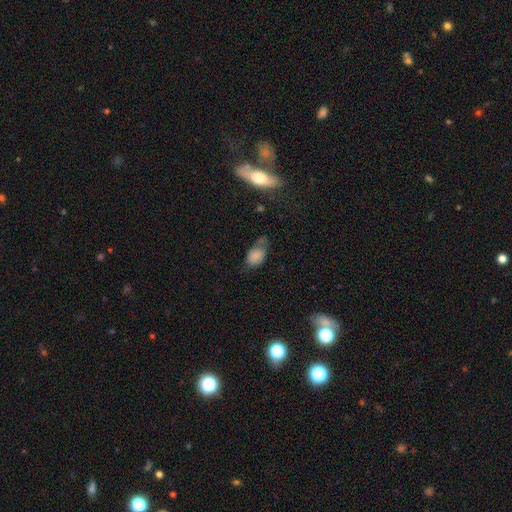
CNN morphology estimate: This appears to be a smooth galaxy with no disk features (75%) that is in between round and cigar-shaped (88%). Merging: none (42%).